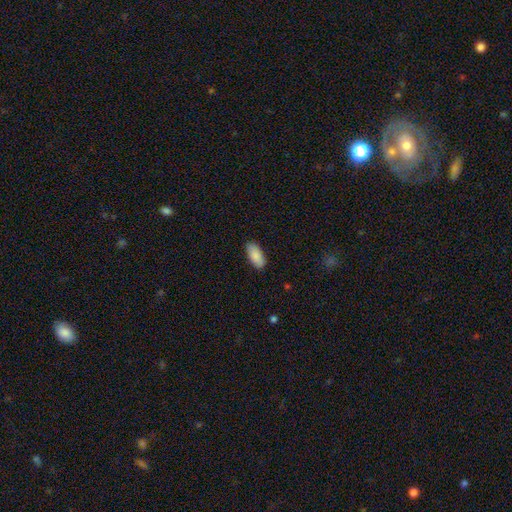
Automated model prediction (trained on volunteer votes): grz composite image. It shows a smooth galaxy with no disk features (89%) that is in between round and cigar-shaped (91%). Merging: none (87%).